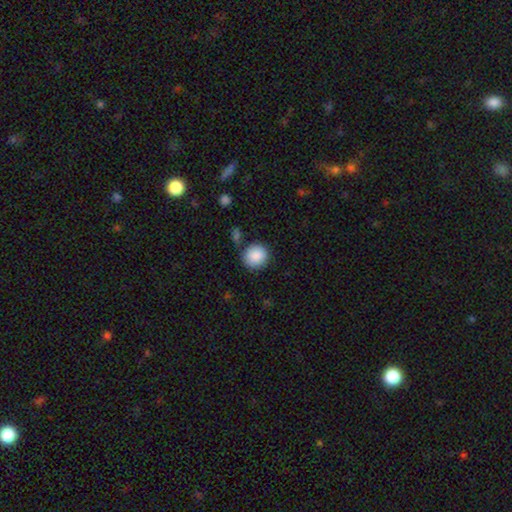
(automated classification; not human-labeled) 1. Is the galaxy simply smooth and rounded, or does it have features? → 88% smooth, 8% star or artifact, 4% featured or disk.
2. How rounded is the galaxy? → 88% round, 11% in between, 1% cigar-shaped.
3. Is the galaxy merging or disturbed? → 82% none, 10% minor disturbance, 5% merger, 3% major disturbance.